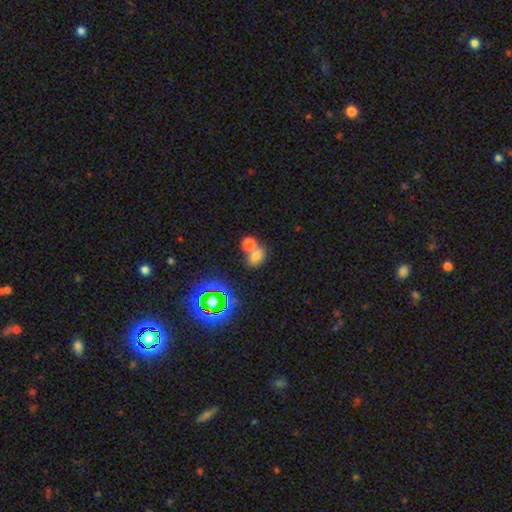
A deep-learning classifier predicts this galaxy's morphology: Q: Smooth or featured?
A: smooth (69%); runner-up: star or artifact (20%)
Q: How rounded?
A: in between (59%); runner-up: round (40%)
Q: Merging?
A: merger (52%); runner-up: none (35%)